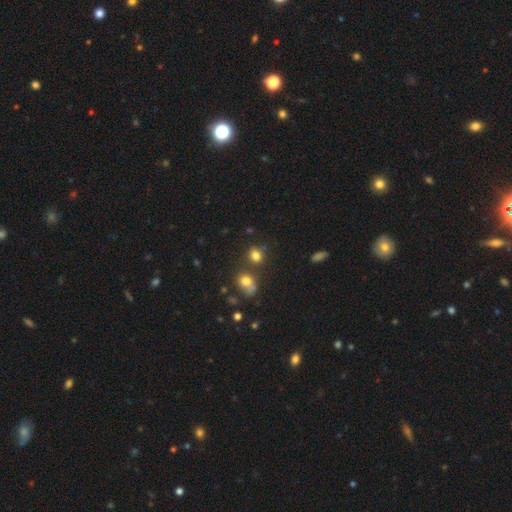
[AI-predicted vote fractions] smooth-or-featured: smooth: 78% | star or artifact: 14% | featured or disk: 7%
  how-rounded: round: 58% | in between: 40% | cigar-shaped: 1%
  merging: none: 63% | merger: 18% | minor disturbance: 13% | major disturbance: 5%